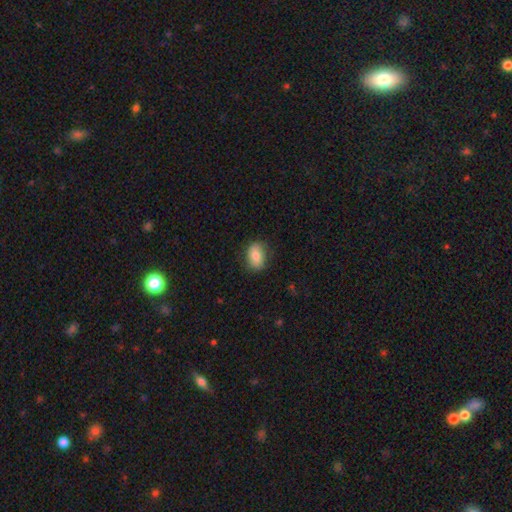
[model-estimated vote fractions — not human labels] smooth_or_featured: smooth (p=0.79) [alt: featured or disk p=0.13]
how_rounded: in between (p=0.81) [alt: round p=0.18]
merging: none (p=0.82) [alt: minor disturbance p=0.14]